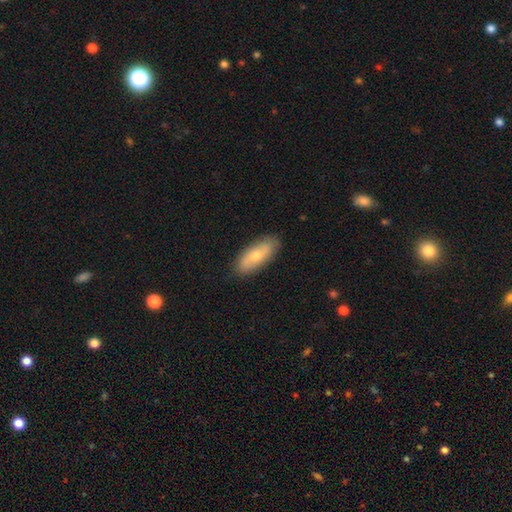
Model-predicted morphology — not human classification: A smooth galaxy with no disk features (60%) that is in between round and cigar-shaped (79%).

Vote fractions:
- Smooth or featured? smooth: 60% / featured or disk: 35% / star or artifact: 5%
- How rounded? in between: 79% / cigar-shaped: 18% / round: 3%
- Merging? none: 86% / minor disturbance: 11% / major disturbance: 2% / merger: 1%